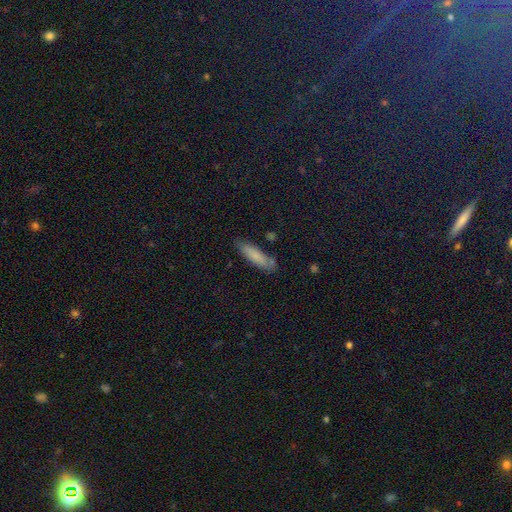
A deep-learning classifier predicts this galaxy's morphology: smooth-or-featured: smooth: 78% | featured or disk: 13% | star or artifact: 8%
  how-rounded: cigar-shaped: 70% | in between: 28% | round: 2%
  merging: none: 77% | minor disturbance: 15% | merger: 4% | major disturbance: 3%